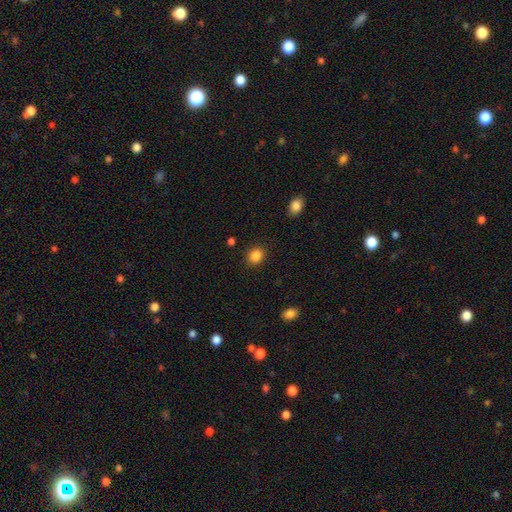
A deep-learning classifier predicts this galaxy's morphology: This is clearly a smooth galaxy (86%). How rounded: likely round (61%). Merging: clearly none (88%).